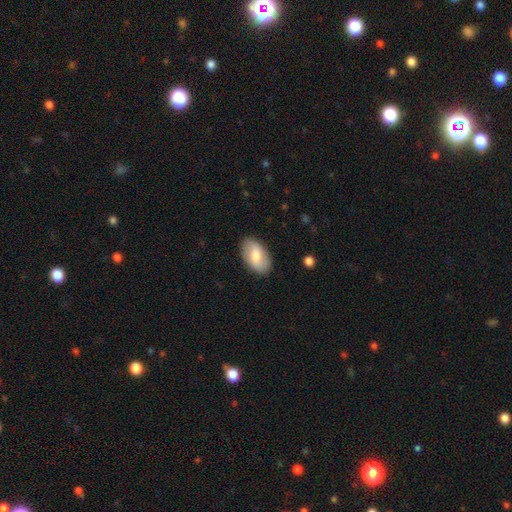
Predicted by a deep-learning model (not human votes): Smooth or featured? Predicted: smooth (p=0.64). How rounded? Predicted: in between (p=0.94). Merging? Predicted: none (p=0.85).